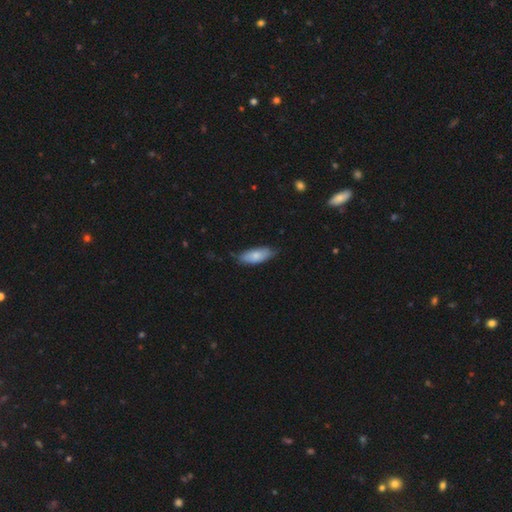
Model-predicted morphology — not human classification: Q: Smooth or featured?
A: smooth (77%); runner-up: featured or disk (17%)
Q: How rounded?
A: in between (74%); runner-up: cigar-shaped (24%)
Q: Merging?
A: none (75%); runner-up: minor disturbance (21%)